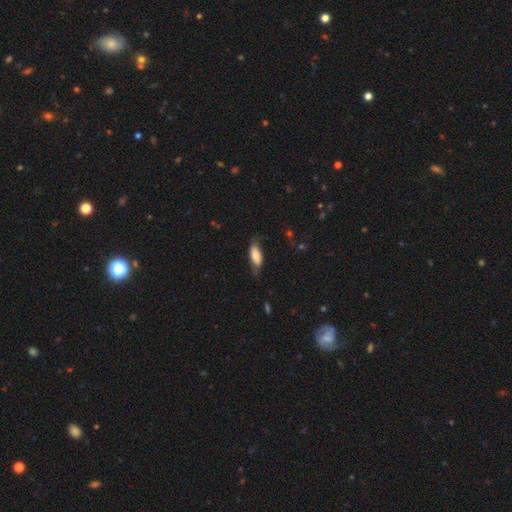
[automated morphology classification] Smooth or featured? smooth (74%)
How rounded? in between (77%)
Merging? none (59%)